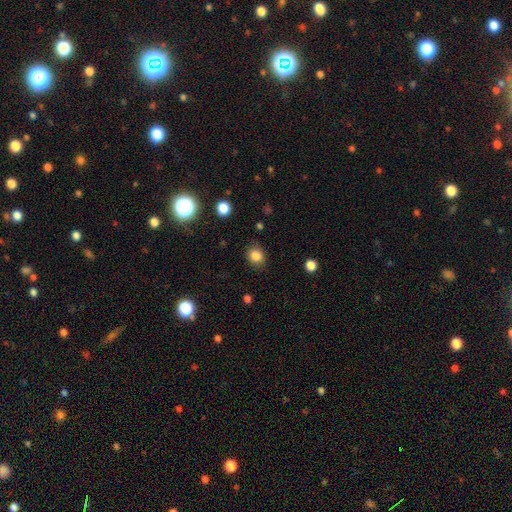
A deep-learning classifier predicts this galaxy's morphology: Overall: smooth (84%). How rounded: round (67%; in between 32%). Merging: none (82%).